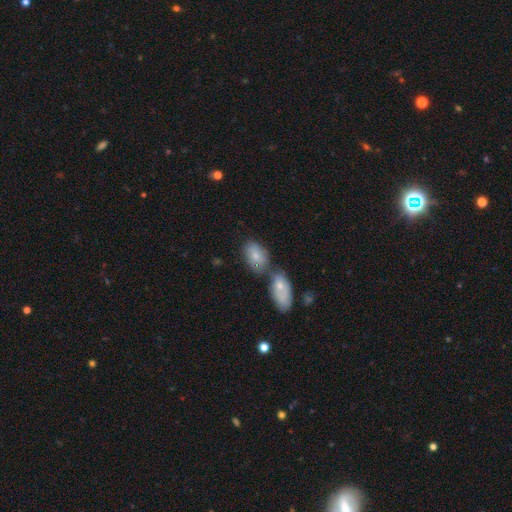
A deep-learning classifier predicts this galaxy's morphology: Smooth or featured?
  - smooth: 74% *
  - featured or disk: 19%
  - star or artifact: 7%
How rounded?
  - in between: 86% *
  - round: 12%
  - cigar-shaped: 2%
Merging?
  - merger: 41% *
  - none: 40%
  - minor disturbance: 14%
  - major disturbance: 5%